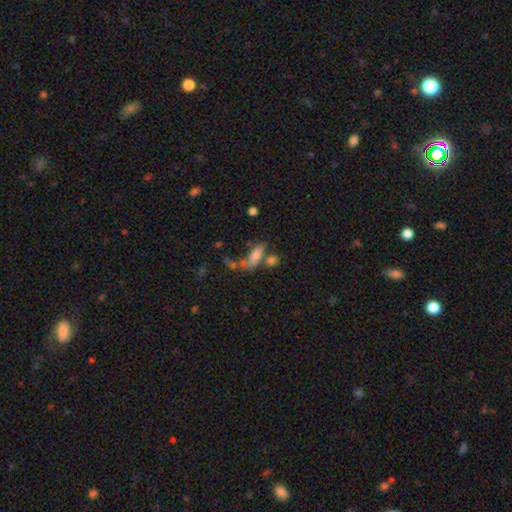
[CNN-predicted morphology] Smooth or featured?
  - smooth: 70% *
  - featured or disk: 19%
  - star or artifact: 11%
How rounded?
  - in between: 68% *
  - cigar-shaped: 25%
  - round: 6%
Merging?
  - none: 35% *
  - merger: 31%
  - major disturbance: 18%
  - minor disturbance: 16%